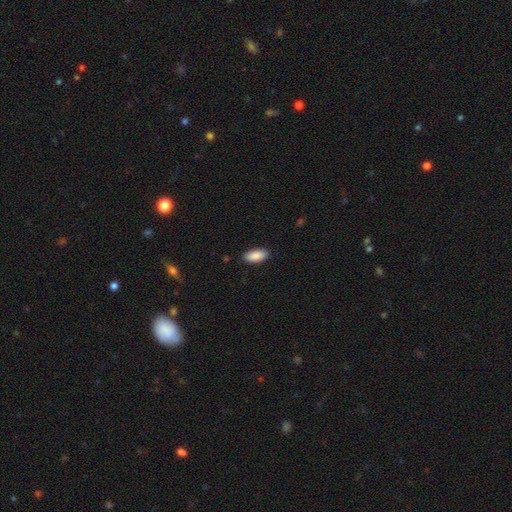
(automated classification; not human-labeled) smooth-or-featured: smooth: 90% | star or artifact: 6% | featured or disk: 4%
  how-rounded: in between: 89% | cigar-shaped: 9% | round: 2%
  merging: none: 88% | minor disturbance: 9% | major disturbance: 2% | merger: 1%